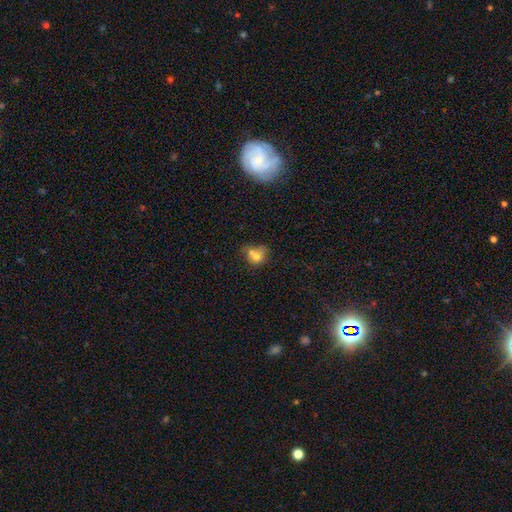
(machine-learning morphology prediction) A smooth galaxy with no disk features (71%) that is round (61%). Merging: merger (49%).